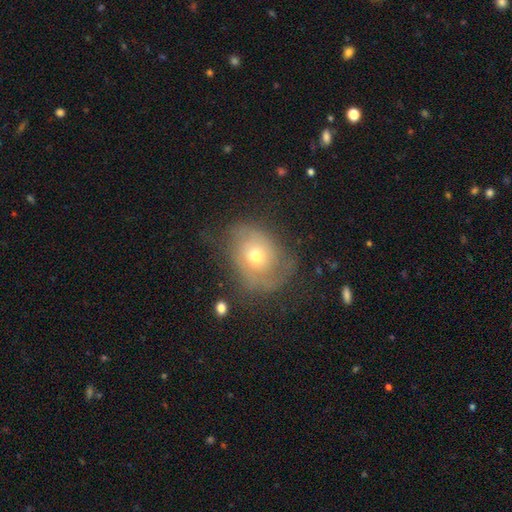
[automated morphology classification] Q: Smooth or featured?
A: featured or disk (51%); runner-up: smooth (38%)
Q: Edge-on disk?
A: no (95%); runner-up: yes (5%)
Q: Merging?
A: none (53%); runner-up: minor disturbance (27%)